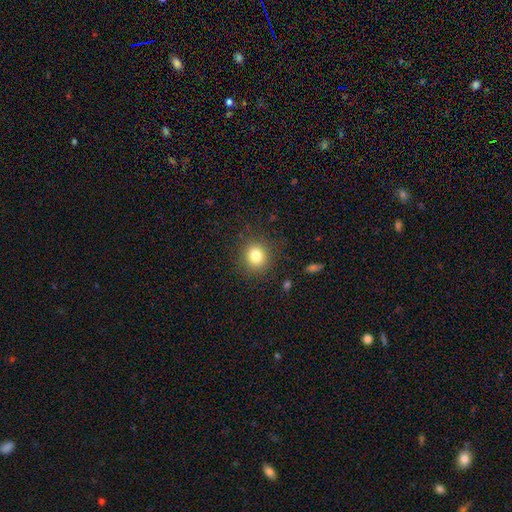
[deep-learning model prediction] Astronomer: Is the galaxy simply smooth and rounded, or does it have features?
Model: smooth — 81%.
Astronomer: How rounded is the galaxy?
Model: round — 86%.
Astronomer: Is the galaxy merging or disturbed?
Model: none — 88%.